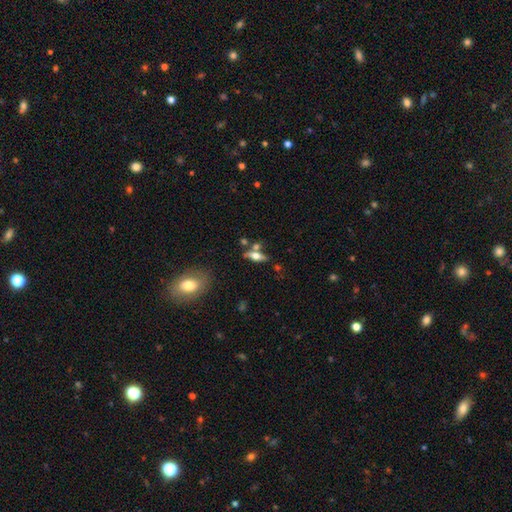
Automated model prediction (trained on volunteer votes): Smooth or featured? Predicted: featured or disk (p=0.52). Edge-on disk? Predicted: yes (p=0.89). Merging? Predicted: none (p=0.65).